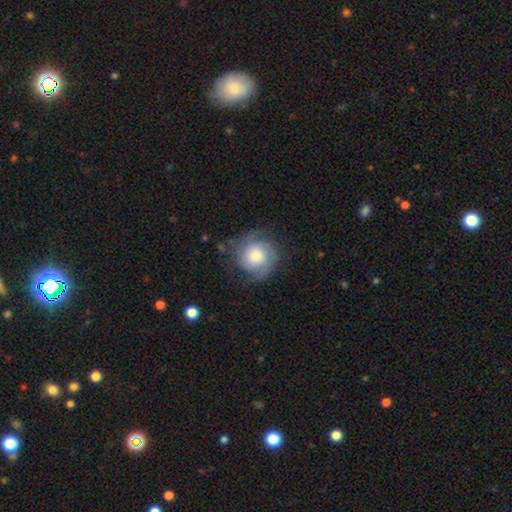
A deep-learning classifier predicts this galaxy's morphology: This appears to be a featured or disk galaxy (69%) with no bar (78%), 2 (38%) tight (53%) spiral arms (94%) and a moderate central bulge (52%). Merging: none (72%).